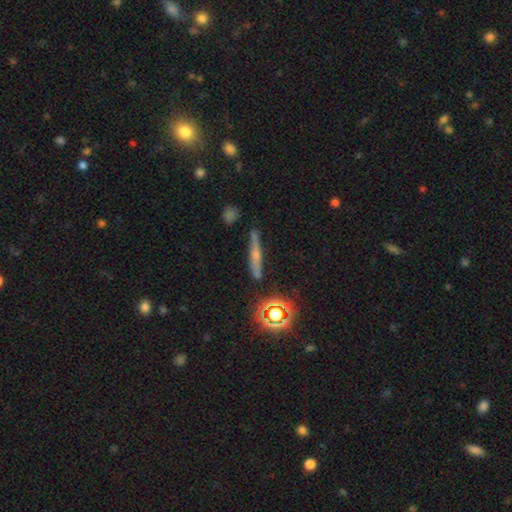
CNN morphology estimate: Q: Smooth or featured?
A: featured or disk (49%); runner-up: smooth (33%)
Q: Merging?
A: none (84%); runner-up: minor disturbance (11%)